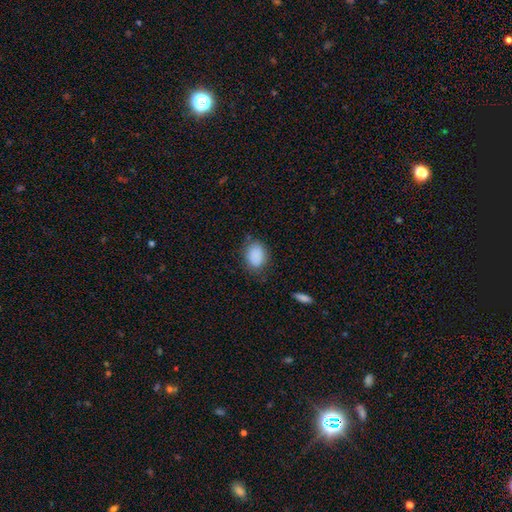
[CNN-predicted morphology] A smooth galaxy with no disk features (88%) that is in between round and cigar-shaped (69%). Merging: none (76%).